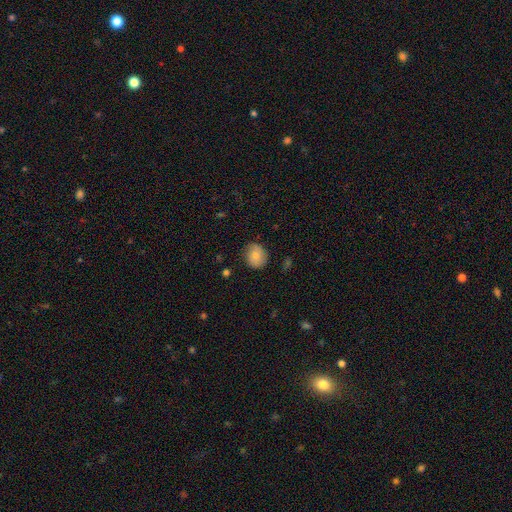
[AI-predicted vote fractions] Smooth or featured? smooth (74%)
How rounded? round (73%)
Merging? none (77%)